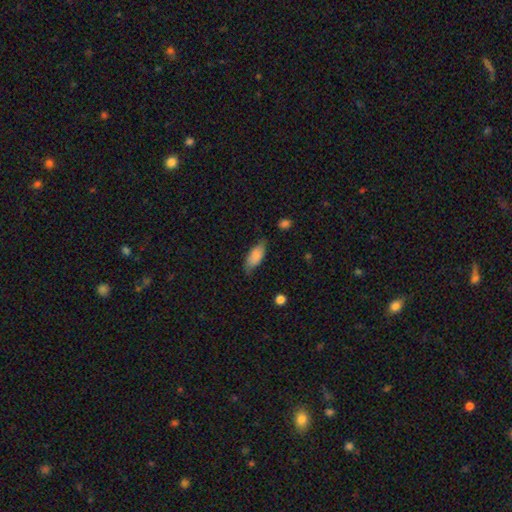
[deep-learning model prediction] Smooth or featured: smooth — 81% (featured or disk — 12%)
How rounded: in between — 85% (cigar-shaped — 13%)
Merging: none — 68% (minor disturbance — 26%)